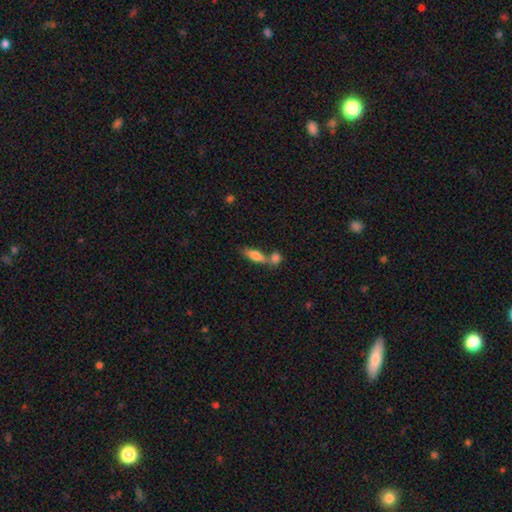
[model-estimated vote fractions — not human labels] The model was most divided on "merging": merger: 49%, none: 37%, minor disturbance: 9%, major disturbance: 4%. More confident: smooth or featured — smooth (75%); how rounded — in between (61%).